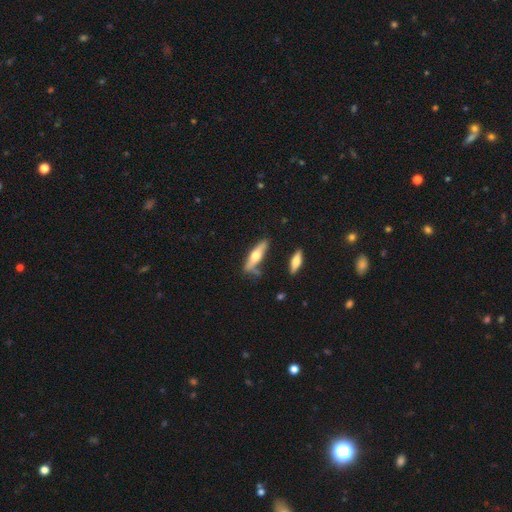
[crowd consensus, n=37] This appears to be a smooth galaxy with no disk features (51%) that is cigar-shaped (74%). Merging: none (68%).